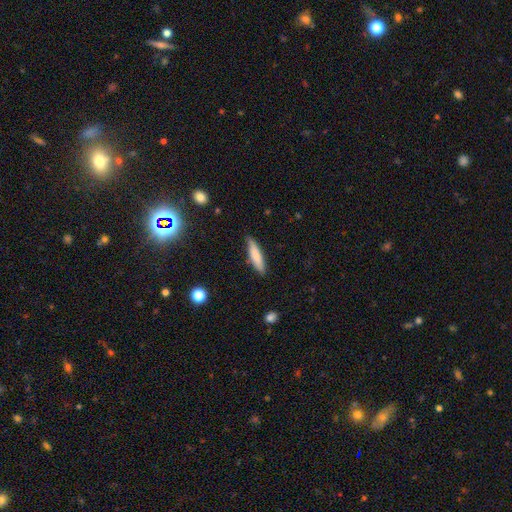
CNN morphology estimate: This appears to be a smooth galaxy with no disk features (79%) that is cigar-shaped (77%). Merging: none (81%).